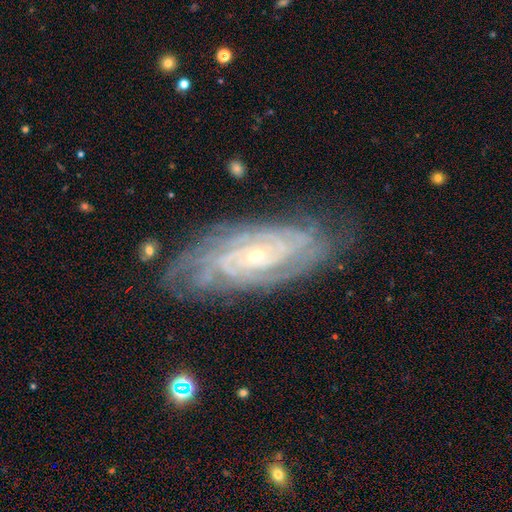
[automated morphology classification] Q: Smooth or featured?
A: featured or disk (89%); runner-up: star or artifact (6%)
Q: Edge-on disk?
A: no (93%); runner-up: yes (7%)
Q: Bar?
A: no (64%); runner-up: weak (26%)
Q: Spiral arms?
A: yes (98%); runner-up: no (2%)
Q: Spiral winding?
A: tight (78%); runner-up: medium (19%)
Q: Spiral arm count?
A: can't tell (27%); runner-up: 4 (21%)
Q: Bulge size?
A: small (77%); runner-up: moderate (20%)
Q: Merging?
A: none (76%); runner-up: minor disturbance (18%)